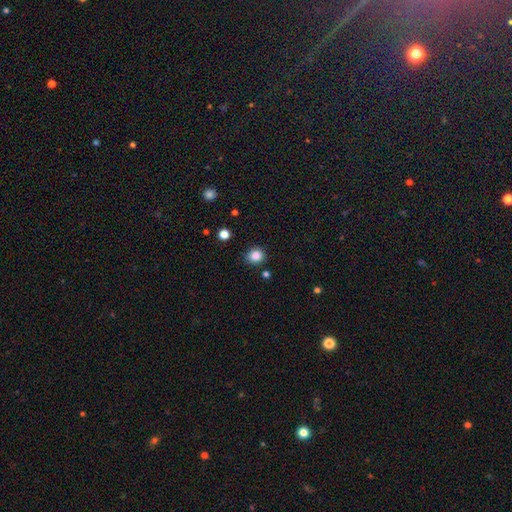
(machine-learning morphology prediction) A smooth galaxy with no disk features (85%) that is round (83%). Merging: none (86%).